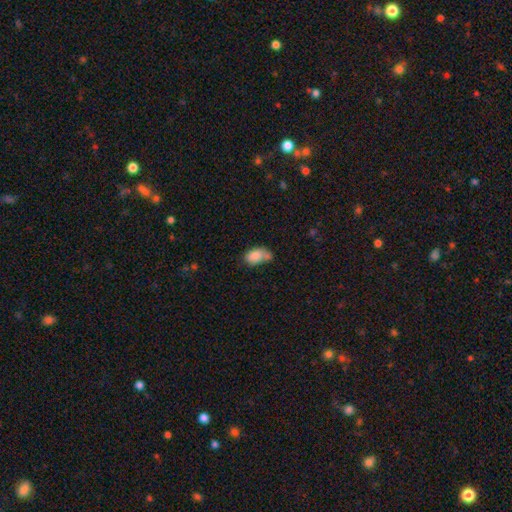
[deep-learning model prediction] This appears to be a smooth galaxy with no disk features (82%) that is in between round and cigar-shaped (90%). Merging: none (39%).